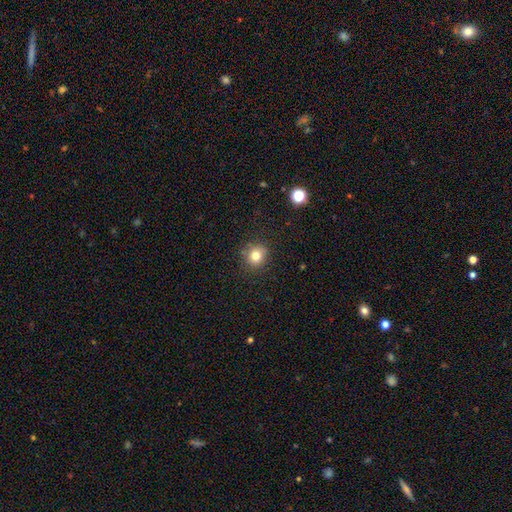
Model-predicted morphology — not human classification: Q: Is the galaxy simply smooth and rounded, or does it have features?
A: smooth — 80%.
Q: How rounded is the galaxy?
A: round — 85%.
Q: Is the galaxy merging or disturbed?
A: none — 84%.